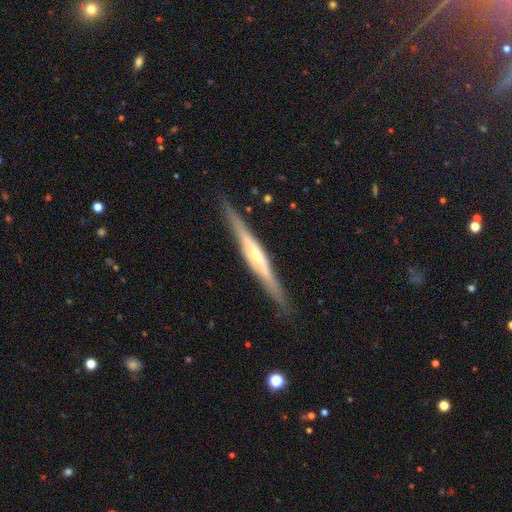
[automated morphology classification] Smooth or featured? featured or disk (77%)
Edge-on disk? yes (97%)
Edge-on bulge? rounded (77%)
Merging? none (88%)